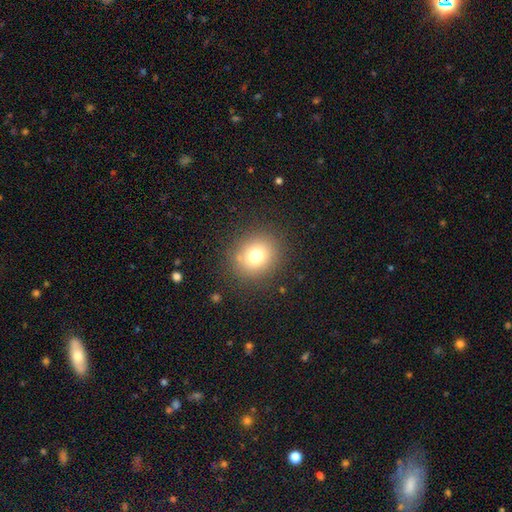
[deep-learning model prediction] Smooth or featured? Predicted: smooth (p=0.73). How rounded? Predicted: round (p=0.82). Merging? Predicted: none (p=0.86).